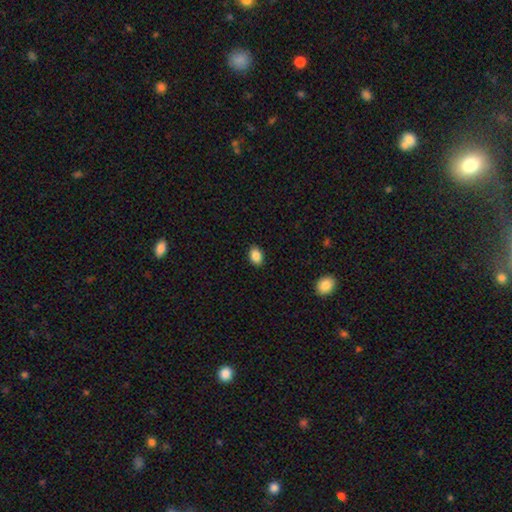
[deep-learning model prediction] Q: Smooth or featured?
A: smooth (86%); runner-up: star or artifact (9%)
Q: How rounded?
A: in between (79%); runner-up: round (20%)
Q: Merging?
A: none (90%); runner-up: minor disturbance (8%)